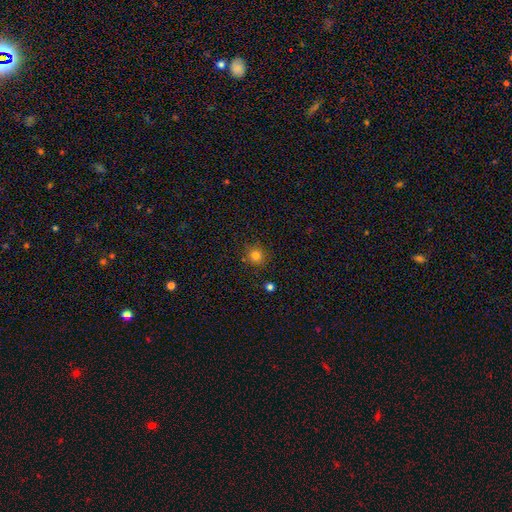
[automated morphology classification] This is clearly a smooth galaxy (81%). How rounded: clearly round (93%). Merging: clearly none (86%).